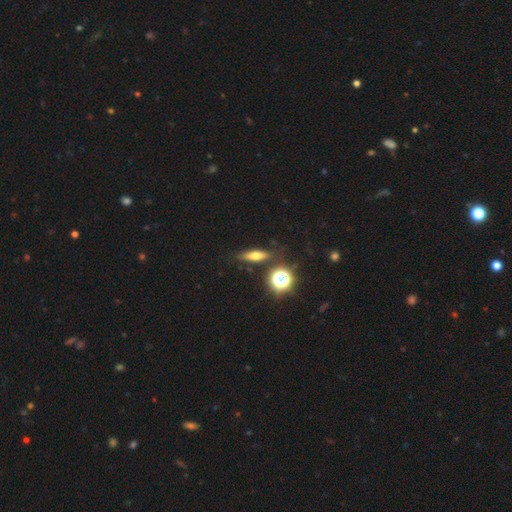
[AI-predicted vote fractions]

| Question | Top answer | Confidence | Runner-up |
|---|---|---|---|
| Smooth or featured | smooth | 54% | featured or disk (31%) |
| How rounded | cigar-shaped | 54% | in between (33%) |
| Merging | none | 82% | minor disturbance (11%) |